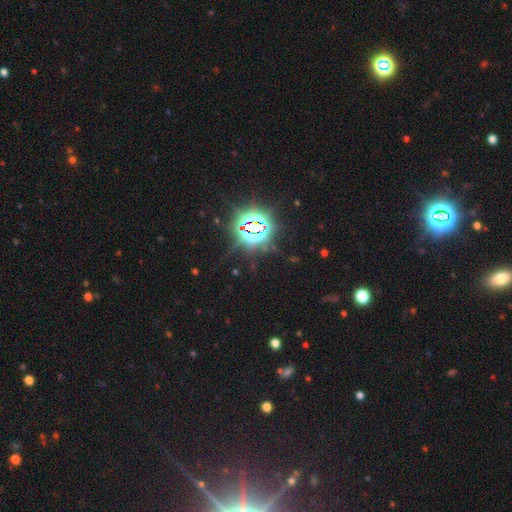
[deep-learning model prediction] This is clearly a star or artifact rather than a galaxy (83%).